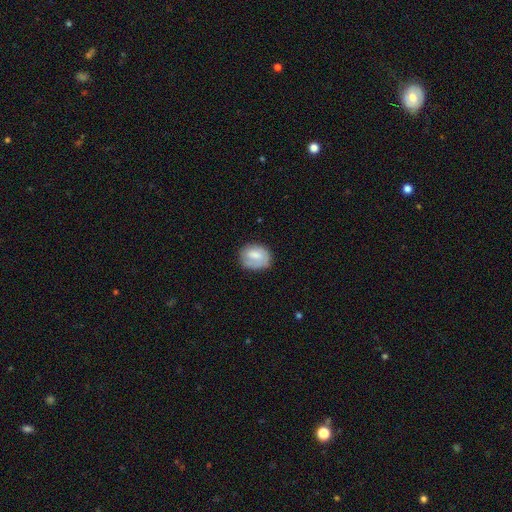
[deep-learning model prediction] Morphology: type=smooth (70%); roundness=in between (50%); merging=none (66%).